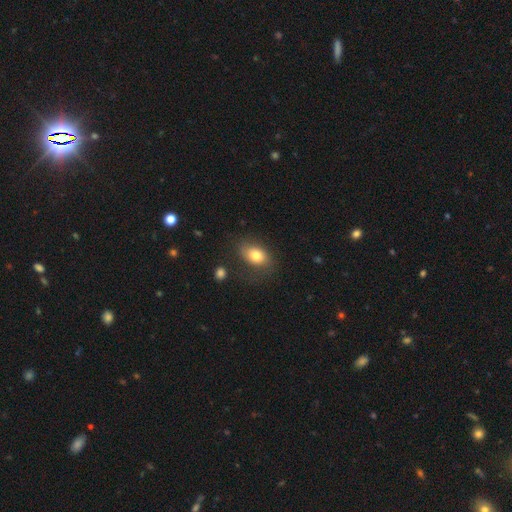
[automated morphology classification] smooth 77%, featured or disk 14%, star or artifact 9%. Down the decision tree: how rounded — in between (79%); merging — none (67%).